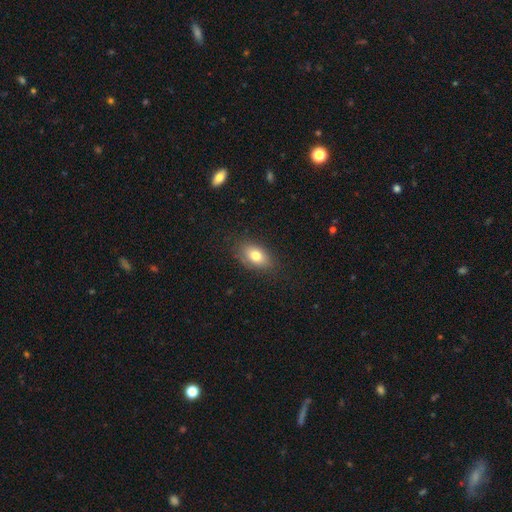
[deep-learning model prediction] Smooth or featured?
  - smooth: 78% *
  - featured or disk: 14%
  - star or artifact: 9%
How rounded?
  - in between: 87% *
  - round: 10%
  - cigar-shaped: 2%
Merging?
  - none: 82% *
  - minor disturbance: 14%
  - major disturbance: 4%
  - merger: 1%